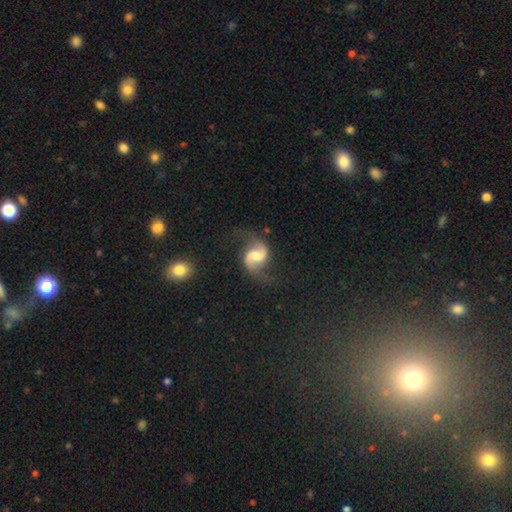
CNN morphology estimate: Smooth or featured?
  - featured or disk: 87% *
  - smooth: 8%
  - star or artifact: 6%
Edge-on disk?
  - no: 98% *
  - yes: 2%
Bar?
  - weak: 50% *
  - no: 30%
  - strong: 20%
Spiral arms?
  - yes: 97% *
  - no: 3%
Spiral winding?
  - loose: 60% *
  - medium: 33%
  - tight: 7%
Spiral arm count?
  - 2: 94% *
  - can't tell: 2%
  - 1: 2%
  - 3: 1%
  - 4: 1%
  - more than 4: 1%
Bulge size?
  - moderate: 47% *
  - small: 23%
  - large: 15%
  - none: 12%
  - dominant: 2%
Merging?
  - none: 71% *
  - minor disturbance: 17%
  - major disturbance: 10%
  - merger: 2%